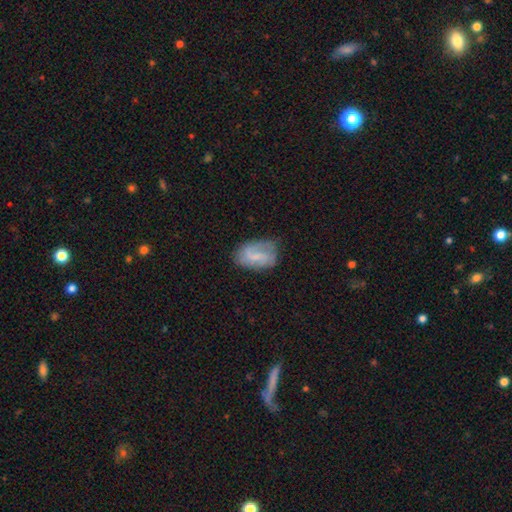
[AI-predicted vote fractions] This appears to be a featured or disk galaxy (56%) with a weak bar (54%), spiral arms (84%) and a small central bulge (42%). Merging: none (64%).